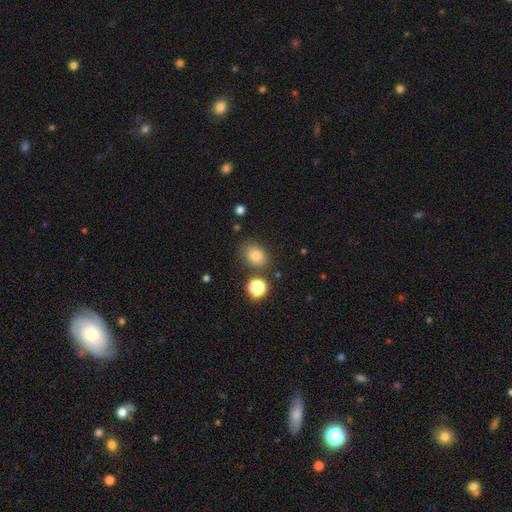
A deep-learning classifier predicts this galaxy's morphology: Smooth or featured? Predicted: smooth (p=0.79). How rounded? Predicted: in between (p=0.61). Merging? Predicted: none (p=0.77).